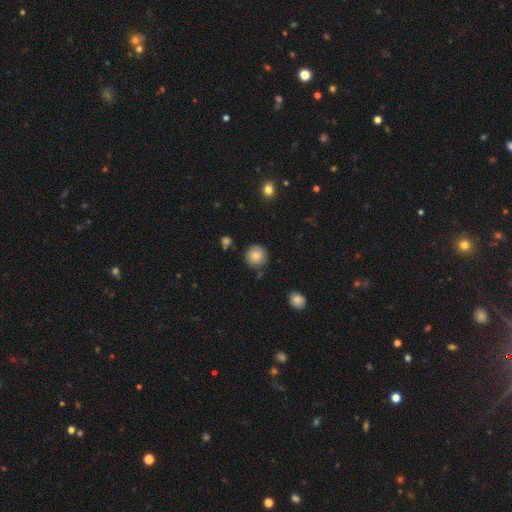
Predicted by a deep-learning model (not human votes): This appears to be a smooth galaxy with no disk features (85%) that is round (94%). Merging: none (84%).